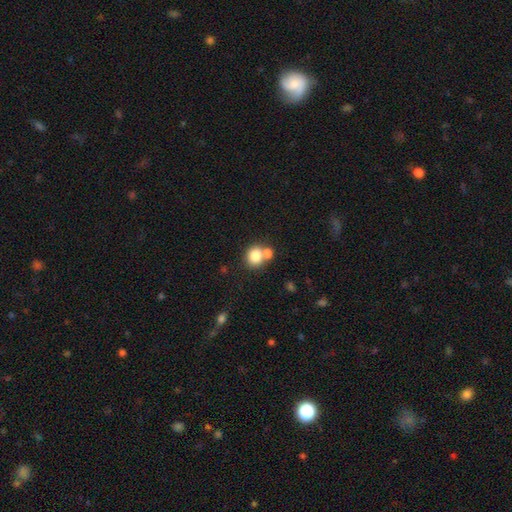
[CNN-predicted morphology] Smooth or featured: smooth — 81% (star or artifact — 10%)
How rounded: round — 73% (in between — 26%)
Merging: none — 48% (merger — 40%)